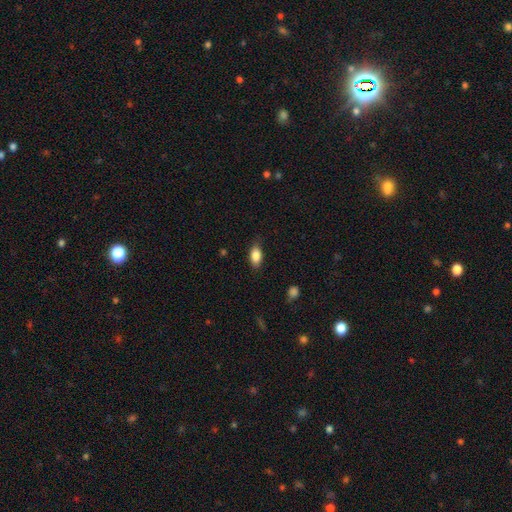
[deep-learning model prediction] A smooth galaxy with no disk features (86%) that is in between round and cigar-shaped (89%). Merging: none (81%).